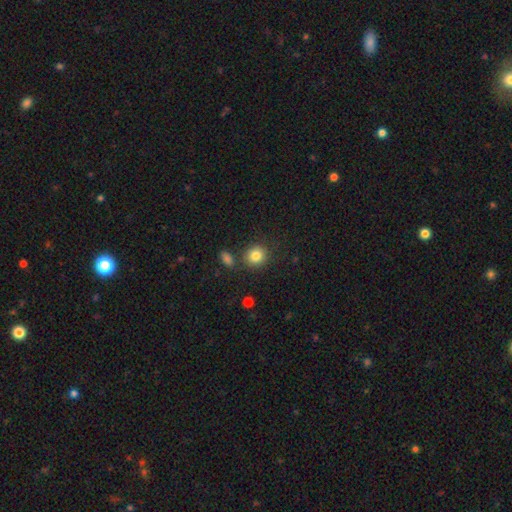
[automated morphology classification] Smooth or featured? smooth (84%)
How rounded? round (83%)
Merging? none (79%)